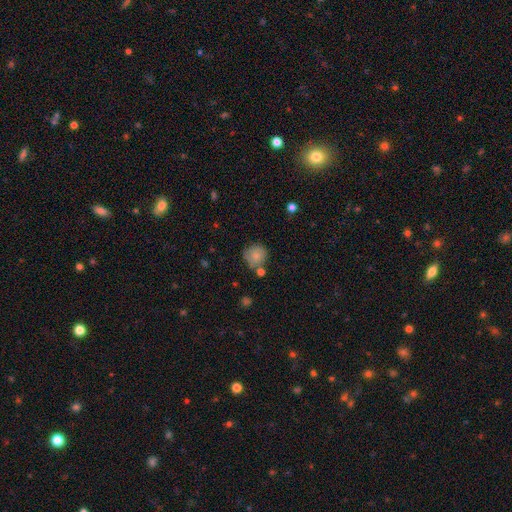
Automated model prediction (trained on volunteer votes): smooth-or-featured: smooth: 78% | featured or disk: 13% | star or artifact: 9%
  how-rounded: round: 87% | in between: 13% | cigar-shaped: 1%
  merging: none: 64% | minor disturbance: 21% | merger: 10% | major disturbance: 5%